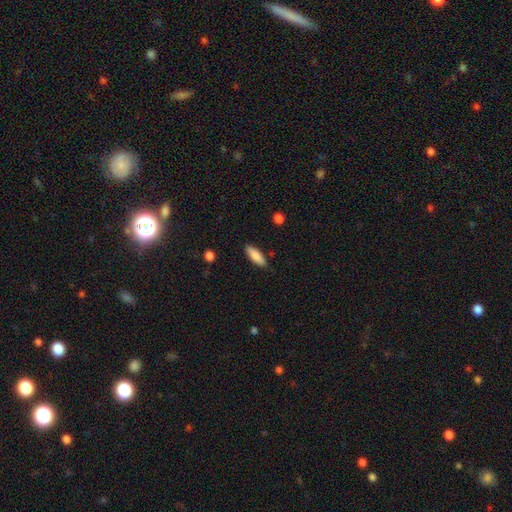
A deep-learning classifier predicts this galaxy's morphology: smooth-or-featured: smooth: 85% | featured or disk: 9% | star or artifact: 6%
  how-rounded: in between: 64% | cigar-shaped: 35% | round: 2%
  merging: none: 87% | minor disturbance: 9% | major disturbance: 2% | merger: 2%